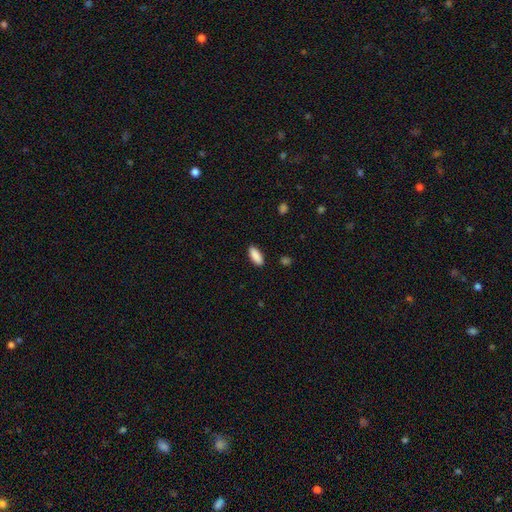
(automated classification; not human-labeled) Smooth or featured?
  - smooth: 90% *
  - star or artifact: 6%
  - featured or disk: 4%
How rounded?
  - in between: 76% *
  - cigar-shaped: 23%
  - round: 2%
Merging?
  - none: 89% *
  - minor disturbance: 8%
  - major disturbance: 2%
  - merger: 1%